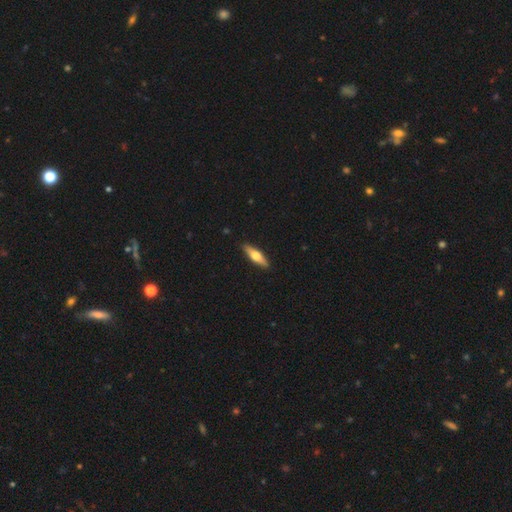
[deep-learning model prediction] Smooth or featured: featured or disk — 50% (smooth — 45%)
Merging: none — 90% (minor disturbance — 7%)